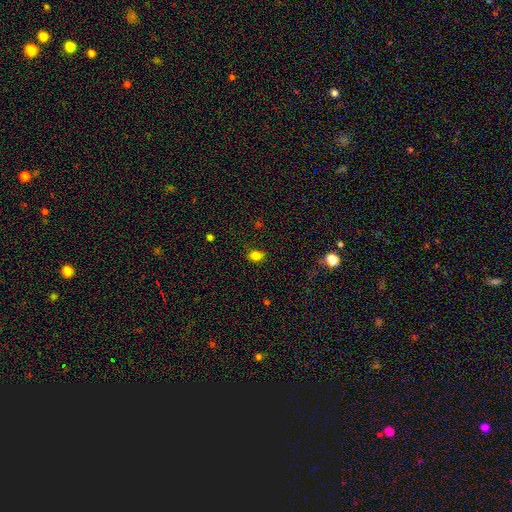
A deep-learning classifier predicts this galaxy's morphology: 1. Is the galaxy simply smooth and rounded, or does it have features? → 82% smooth, 13% star or artifact, 5% featured or disk.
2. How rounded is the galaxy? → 66% in between, 32% round, 2% cigar-shaped.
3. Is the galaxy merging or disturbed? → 78% none, 17% minor disturbance, 4% major disturbance, 1% merger.